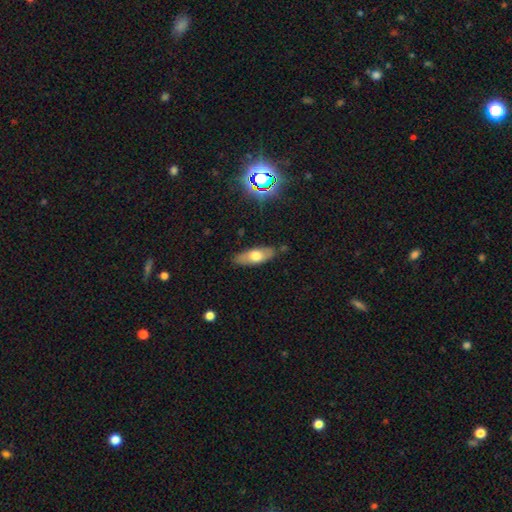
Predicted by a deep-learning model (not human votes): A smooth galaxy with no disk features (58%) that is in between round and cigar-shaped (69%). Merging: none (82%).